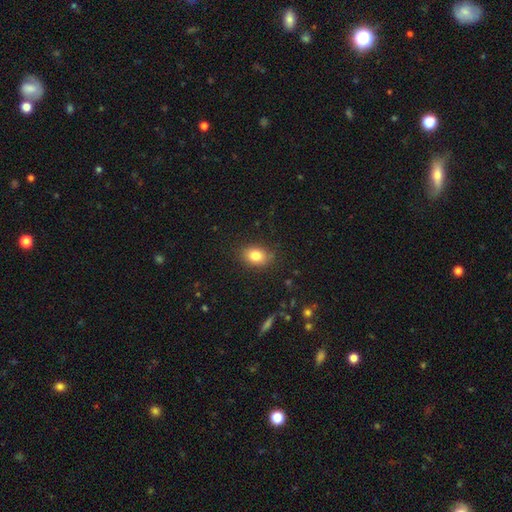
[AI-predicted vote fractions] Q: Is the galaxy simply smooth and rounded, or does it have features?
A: smooth — 82%.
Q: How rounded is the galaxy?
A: in between — 75%.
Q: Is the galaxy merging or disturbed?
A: none — 82%.